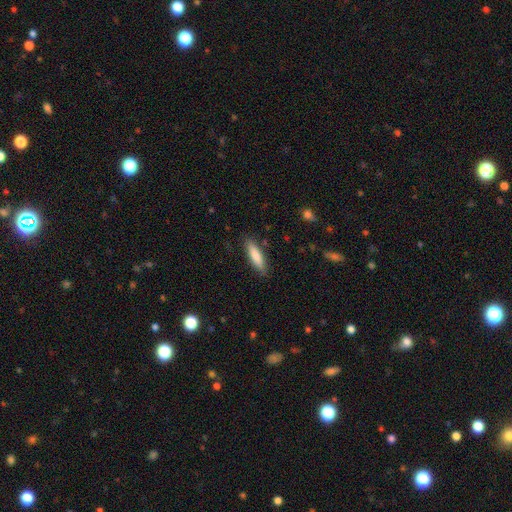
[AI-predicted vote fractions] Smooth or featured?
  - smooth: 82% *
  - featured or disk: 12%
  - star or artifact: 6%
How rounded?
  - cigar-shaped: 68% *
  - in between: 30%
  - round: 1%
Merging?
  - none: 86% *
  - minor disturbance: 11%
  - major disturbance: 2%
  - merger: 1%